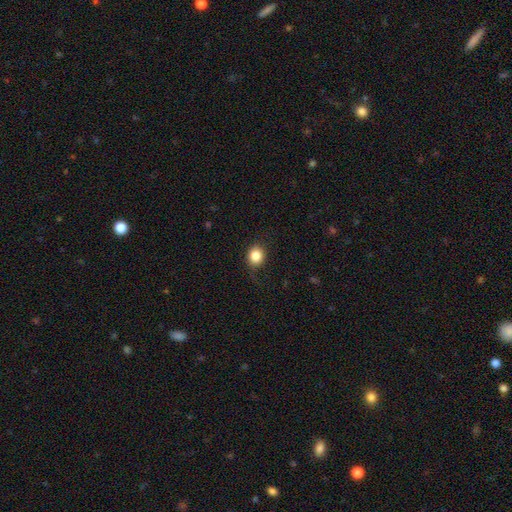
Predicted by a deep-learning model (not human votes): Morphology: type=smooth (83%); roundness=round (75%); merging=none (77%).